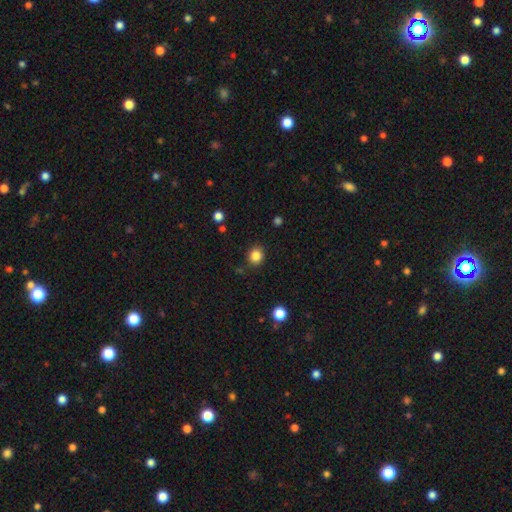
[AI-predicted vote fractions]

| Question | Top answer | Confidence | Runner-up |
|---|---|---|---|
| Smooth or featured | smooth | 85% | star or artifact (11%) |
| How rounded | round | 83% | in between (16%) |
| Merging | none | 87% | minor disturbance (8%) |